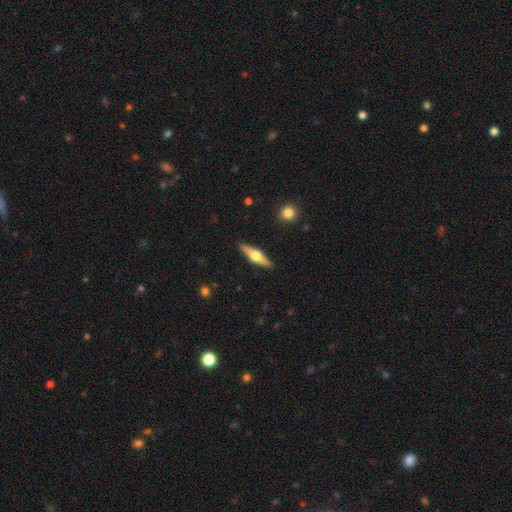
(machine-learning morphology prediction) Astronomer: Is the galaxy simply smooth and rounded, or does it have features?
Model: featured or disk — 55% (runner-up: smooth, 40%).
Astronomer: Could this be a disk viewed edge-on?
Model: yes — 94%.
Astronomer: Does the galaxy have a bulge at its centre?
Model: rounded — 94%.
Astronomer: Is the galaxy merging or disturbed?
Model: none — 89%.